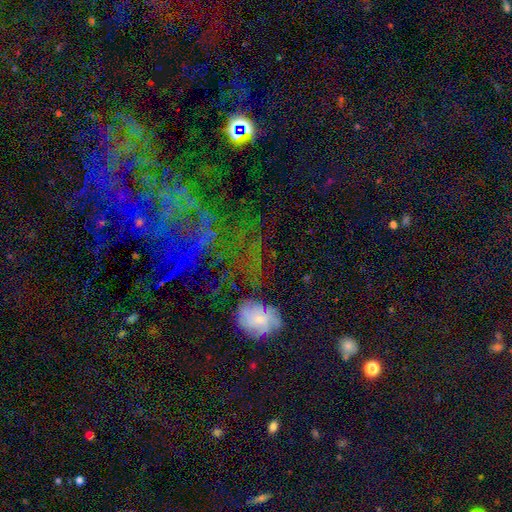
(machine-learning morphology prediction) This appears to be a star or artifact, not a galaxy (47%).